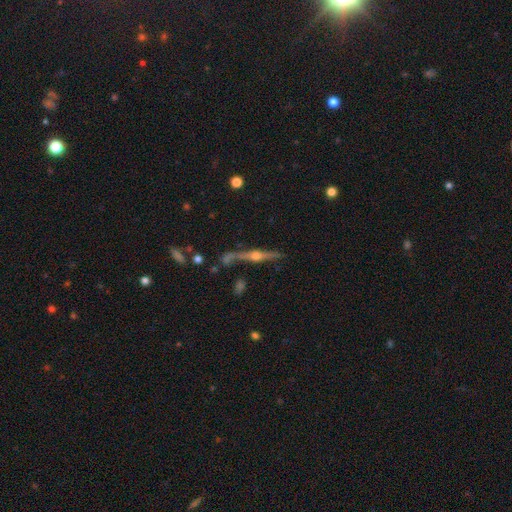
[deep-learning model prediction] Smooth or featured?
  - featured or disk: 84% *
  - smooth: 10%
  - star or artifact: 7%
Edge-on disk?
  - yes: 97% *
  - no: 3%
Edge-on bulge?
  - rounded: 93% *
  - boxy: 4%
  - none: 3%
Merging?
  - none: 76% *
  - minor disturbance: 13%
  - merger: 7%
  - major disturbance: 4%